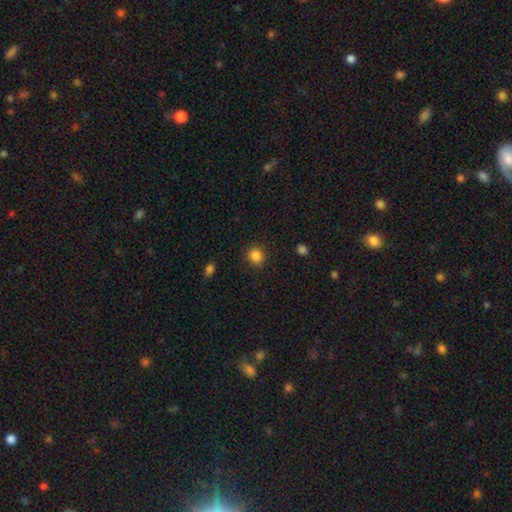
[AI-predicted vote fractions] smooth_or_featured: smooth (p=0.86) [alt: star or artifact p=0.11]
how_rounded: round (p=0.87) [alt: in between p=0.12]
merging: none (p=0.88) [alt: minor disturbance p=0.08]